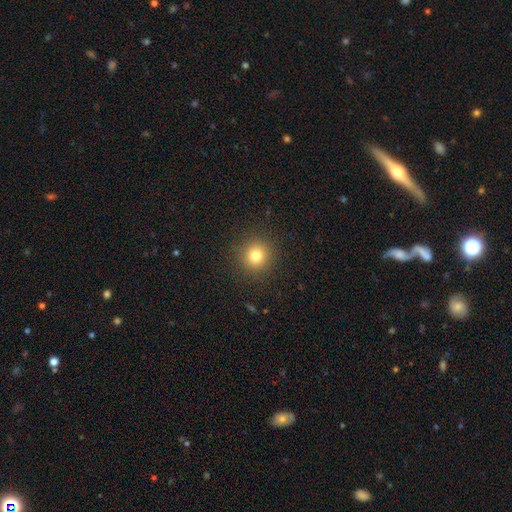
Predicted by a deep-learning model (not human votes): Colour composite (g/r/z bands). It shows a smooth galaxy with no disk features (79%) that is round (93%). Merging: none (91%).